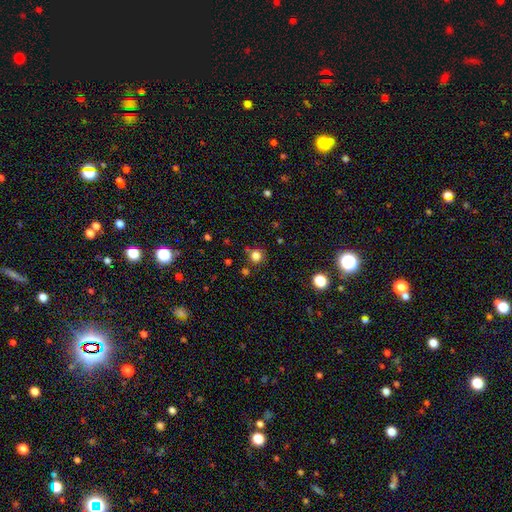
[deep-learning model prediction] This appears to be a smooth galaxy with no disk features (80%) that is round (92%). Merging: none (81%).